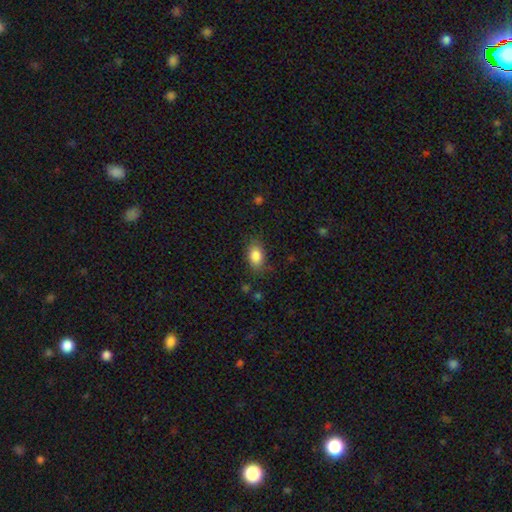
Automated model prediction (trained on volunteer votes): smooth 85%, star or artifact 8%, featured or disk 7%. Down the decision tree: how rounded — in between (86%); merging — none (80%).